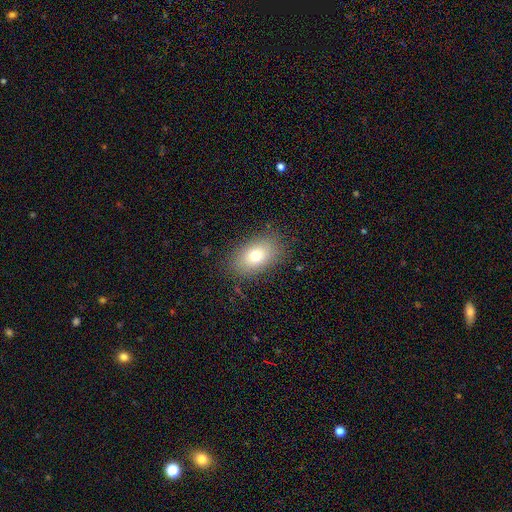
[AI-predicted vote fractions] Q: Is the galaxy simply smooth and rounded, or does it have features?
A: smooth — 77%.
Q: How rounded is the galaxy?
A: in between — 88%.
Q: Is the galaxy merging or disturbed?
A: none — 83%.